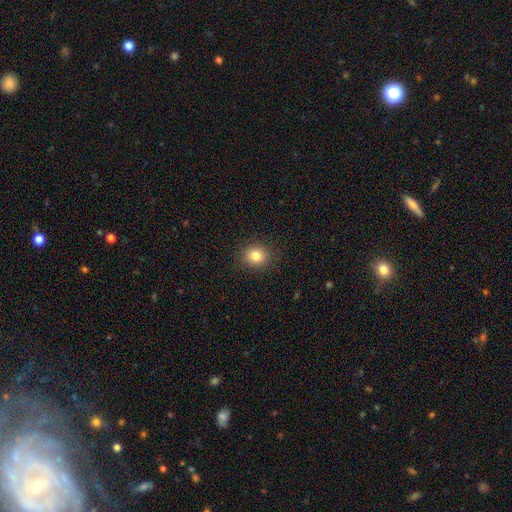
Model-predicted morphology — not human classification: Smooth or featured? Predicted: smooth (p=0.82). How rounded? Predicted: round (p=0.77). Merging? Predicted: none (p=0.90).